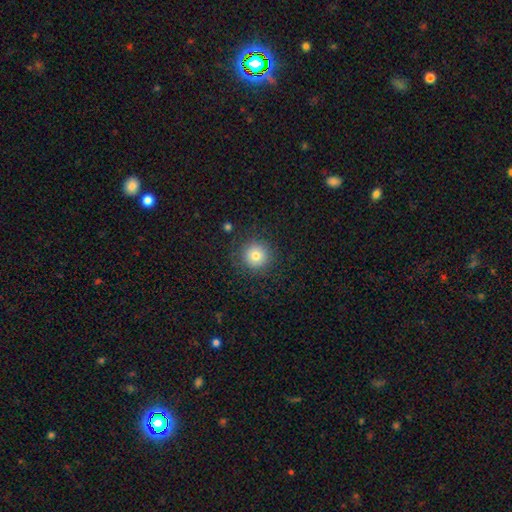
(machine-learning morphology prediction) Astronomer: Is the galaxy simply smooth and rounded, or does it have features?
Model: smooth — 79%.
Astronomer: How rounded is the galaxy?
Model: round — 95%.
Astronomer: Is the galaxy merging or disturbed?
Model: none — 88%.